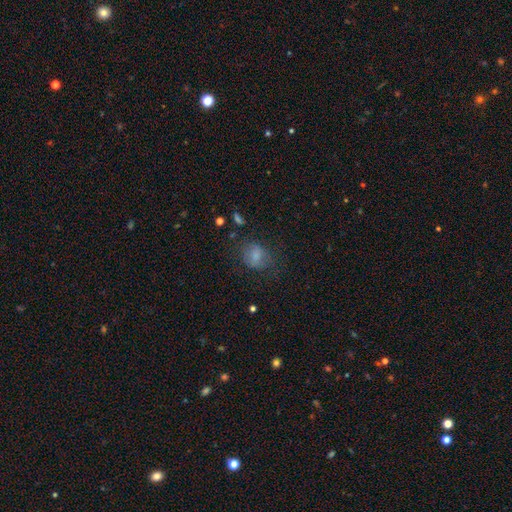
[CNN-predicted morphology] A smooth galaxy with no disk features (73%) that is round (53%).

Vote fractions:
- Smooth or featured? smooth: 73% / featured or disk: 15% / star or artifact: 12%
- How rounded? round: 53% / in between: 46% / cigar-shaped: 1%
- Merging? none: 60% / minor disturbance: 22% / major disturbance: 15% / merger: 2%